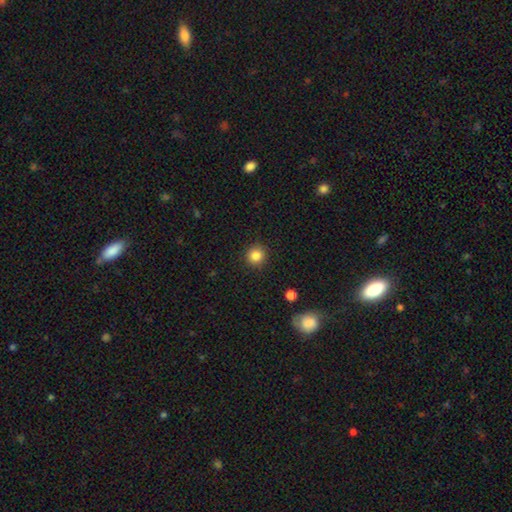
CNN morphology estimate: The model was most divided on "smooth or featured": smooth: 85%, star or artifact: 11%, featured or disk: 4%. More confident: how rounded — round (92%); merging — none (90%).